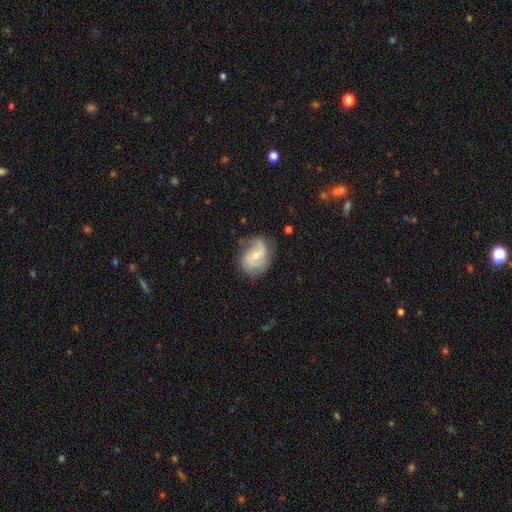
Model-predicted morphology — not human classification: Smooth or featured? featured or disk (72%)
Edge-on disk? no (98%)
Bar? no (54%)
Spiral arms? yes (91%)
Spiral winding? medium (45%)
Spiral arm count? 2 (64%)
Bulge size? small (50%)
Merging? none (62%)